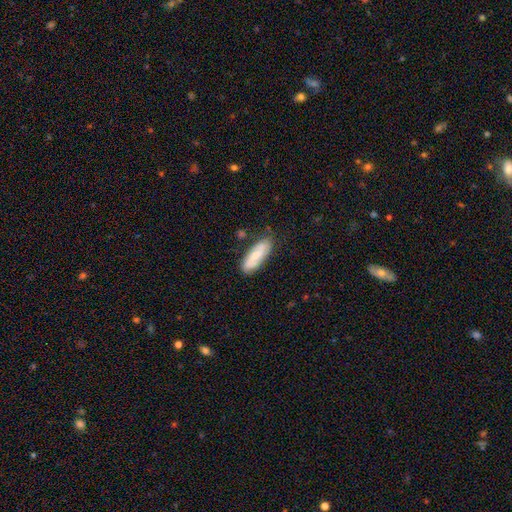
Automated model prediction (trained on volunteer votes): smooth_or_featured: smooth (p=0.55) [alt: featured or disk p=0.38]
how_rounded: in between (p=0.64) [alt: cigar-shaped p=0.34]
merging: none (p=0.77) [alt: minor disturbance p=0.17]